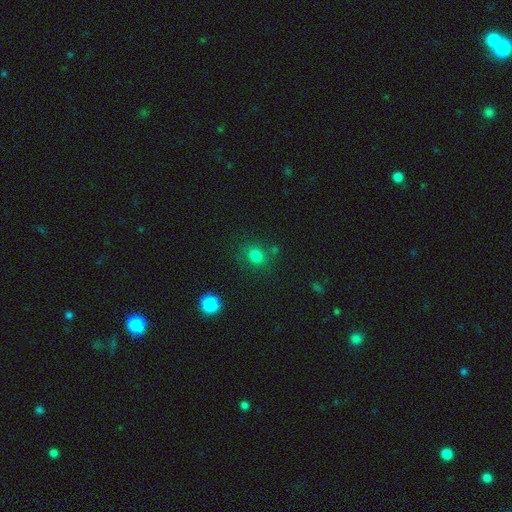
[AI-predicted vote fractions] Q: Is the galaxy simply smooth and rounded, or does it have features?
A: smooth — 80%.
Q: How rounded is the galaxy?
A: round — 71%.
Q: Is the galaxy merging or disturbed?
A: none — 76%.